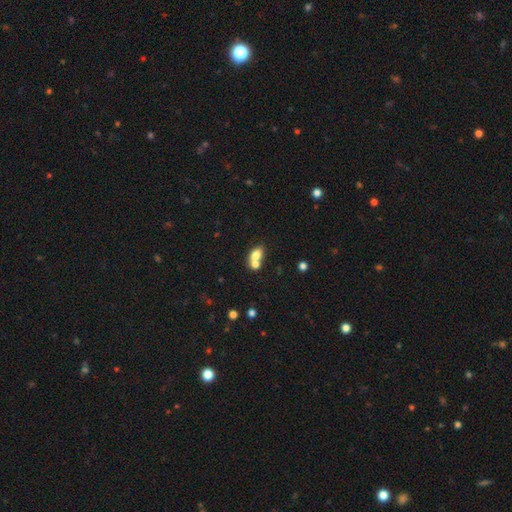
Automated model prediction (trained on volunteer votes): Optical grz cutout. It shows a smooth galaxy with no disk features (74%) that is in between round and cigar-shaped (73%). Merging: merger (57%).